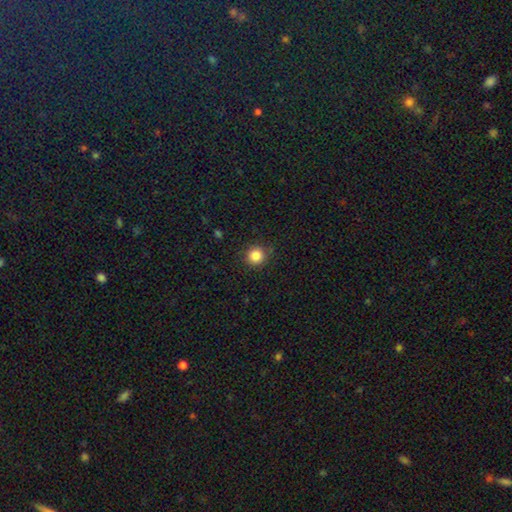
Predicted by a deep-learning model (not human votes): Q: Smooth or featured?
A: smooth (85%); runner-up: star or artifact (11%)
Q: How rounded?
A: round (93%); runner-up: in between (6%)
Q: Merging?
A: none (89%); runner-up: minor disturbance (8%)